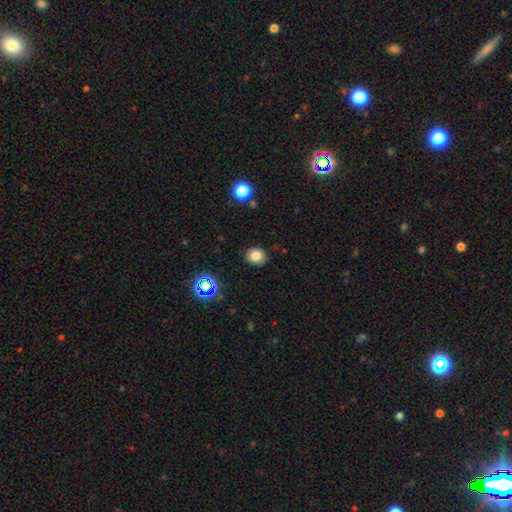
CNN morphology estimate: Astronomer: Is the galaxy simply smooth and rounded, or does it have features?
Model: smooth — 81%.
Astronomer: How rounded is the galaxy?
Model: round — 80%.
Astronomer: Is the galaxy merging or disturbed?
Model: none — 88%.